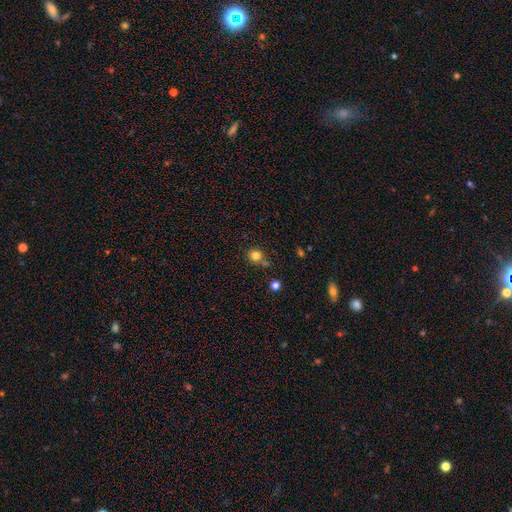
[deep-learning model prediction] Morphology: type=smooth (80%); roundness=round (89%); merging=none (72%).